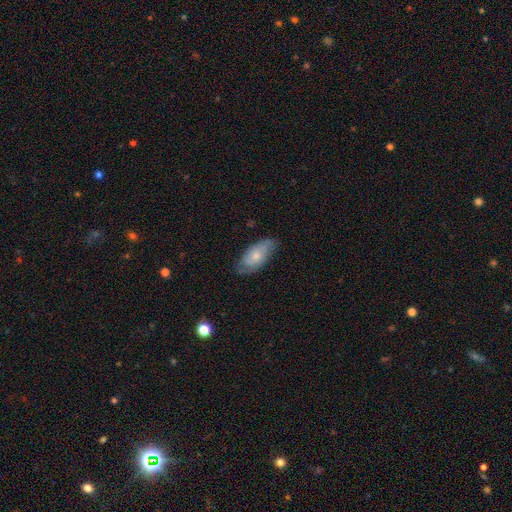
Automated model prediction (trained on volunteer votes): Smooth or featured: smooth — 60% (featured or disk — 34%)
How rounded: in between — 89% (cigar-shaped — 8%)
Merging: none — 68% (minor disturbance — 25%)